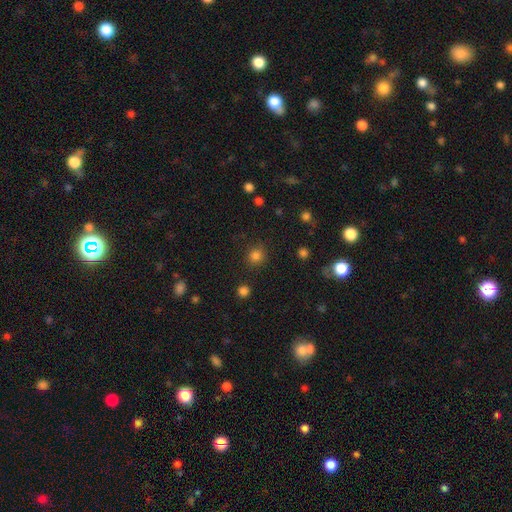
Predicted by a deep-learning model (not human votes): Smooth or featured? Predicted: smooth (p=0.82). How rounded? Predicted: round (p=0.91). Merging? Predicted: none (p=0.88).